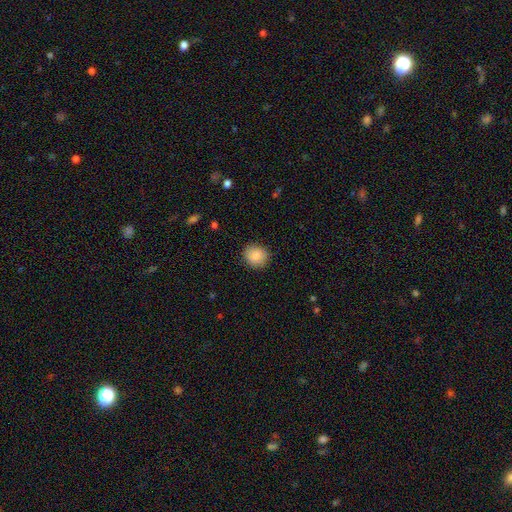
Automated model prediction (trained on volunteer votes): smooth 84%, featured or disk 8%, star or artifact 8%. Down the decision tree: how rounded — round (82%); merging — none (88%).